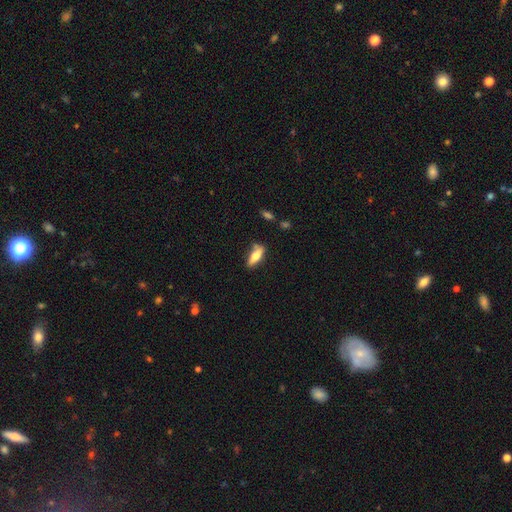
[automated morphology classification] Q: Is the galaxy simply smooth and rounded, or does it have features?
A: smooth — 57%.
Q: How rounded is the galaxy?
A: in between — 58%.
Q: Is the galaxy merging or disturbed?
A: none — 67%.